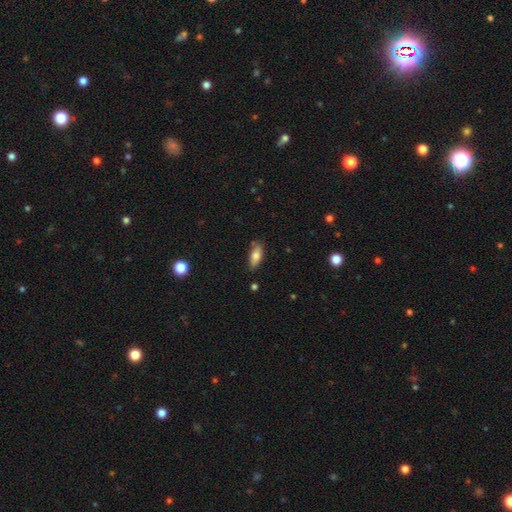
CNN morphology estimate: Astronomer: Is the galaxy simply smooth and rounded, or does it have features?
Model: smooth — 77%.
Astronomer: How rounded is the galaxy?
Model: in between — 76%.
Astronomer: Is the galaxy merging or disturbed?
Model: none — 78%.